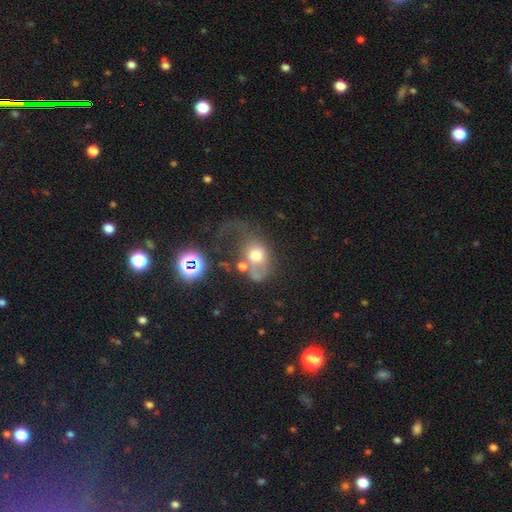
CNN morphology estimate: Q: Smooth or featured?
A: smooth (51%); runner-up: featured or disk (35%)
Q: How rounded?
A: in between (56%); runner-up: round (43%)
Q: Merging?
A: major disturbance (49%); runner-up: none (19%)